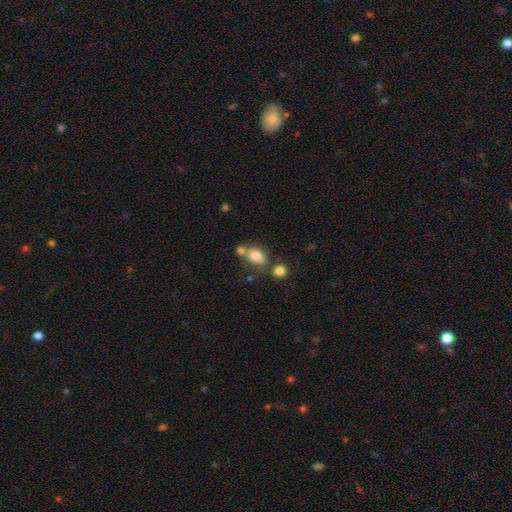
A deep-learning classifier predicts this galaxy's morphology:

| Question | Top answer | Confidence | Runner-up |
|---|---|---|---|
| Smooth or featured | smooth | 75% | featured or disk (15%) |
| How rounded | in between | 71% | round (27%) |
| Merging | none | 48% | merger (30%) |